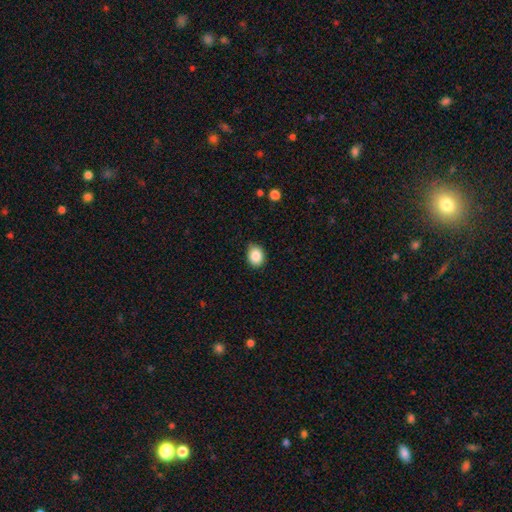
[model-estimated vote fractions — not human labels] Q: Smooth or featured?
A: smooth (86%); runner-up: star or artifact (9%)
Q: How rounded?
A: round (54%); runner-up: in between (45%)
Q: Merging?
A: none (79%); runner-up: minor disturbance (18%)